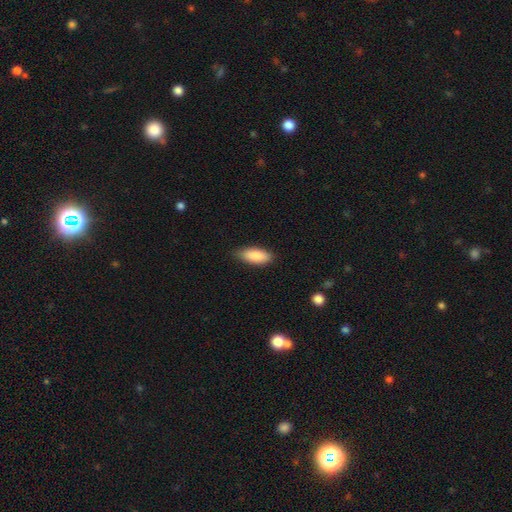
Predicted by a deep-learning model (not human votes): Smooth or featured? smooth (88%)
How rounded? in between (83%)
Merging? none (83%)